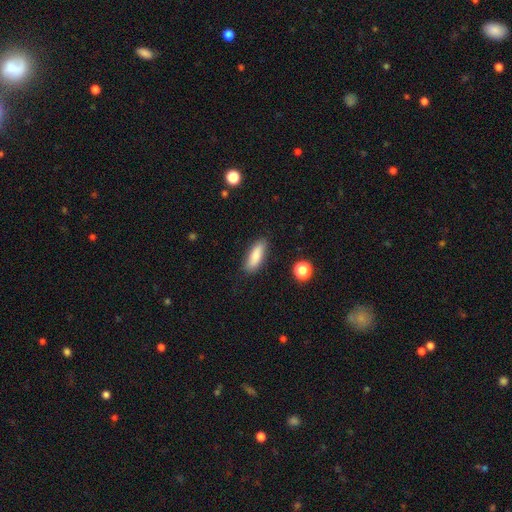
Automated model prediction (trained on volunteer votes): Q: Smooth or featured?
A: smooth (83%); runner-up: featured or disk (11%)
Q: How rounded?
A: in between (59%); runner-up: cigar-shaped (39%)
Q: Merging?
A: none (84%); runner-up: minor disturbance (12%)